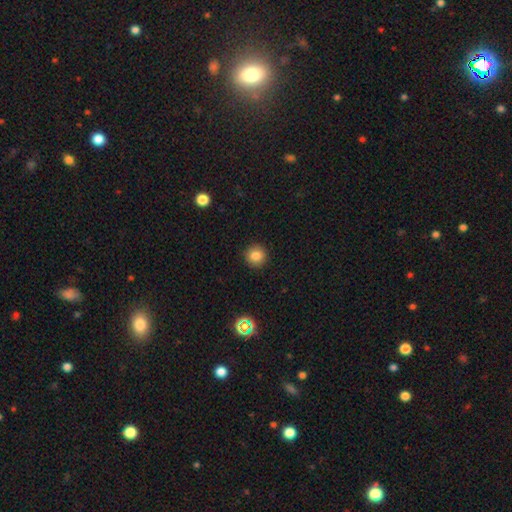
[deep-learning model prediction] smooth_or_featured: smooth (p=0.83) [alt: star or artifact p=0.11]
how_rounded: round (p=0.94) [alt: in between p=0.05]
merging: none (p=0.92) [alt: minor disturbance p=0.05]